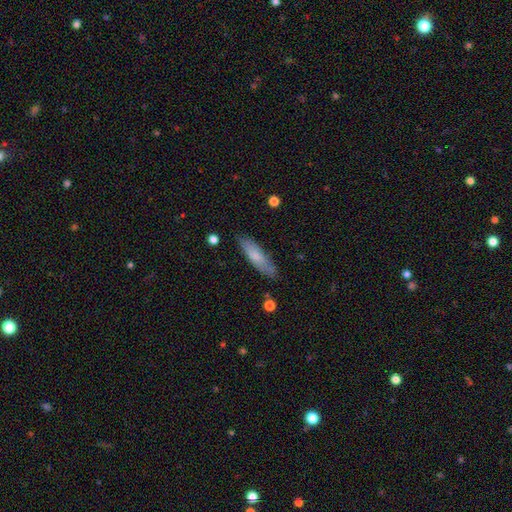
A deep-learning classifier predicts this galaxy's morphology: Q: Smooth or featured?
A: smooth (73%); runner-up: featured or disk (21%)
Q: How rounded?
A: cigar-shaped (64%); runner-up: in between (35%)
Q: Merging?
A: none (81%); runner-up: minor disturbance (14%)